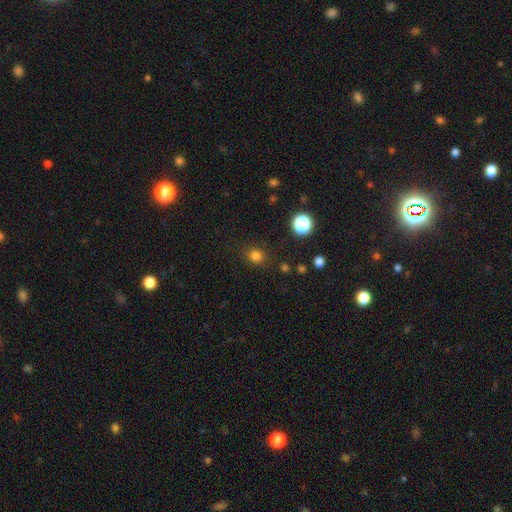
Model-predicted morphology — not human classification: Q: Smooth or featured?
A: smooth (80%); runner-up: star or artifact (16%)
Q: How rounded?
A: round (74%); runner-up: in between (26%)
Q: Merging?
A: none (85%); runner-up: minor disturbance (10%)